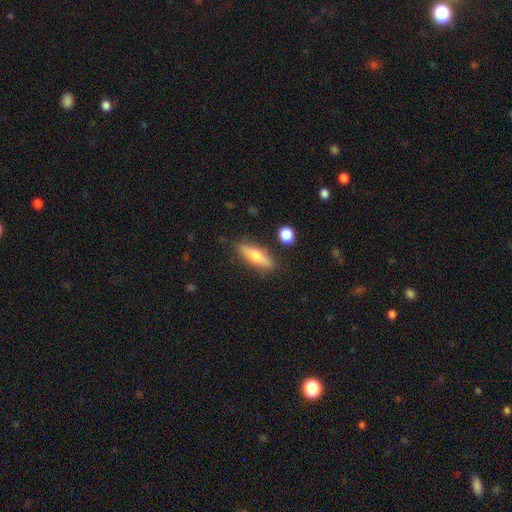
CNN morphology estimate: A smooth galaxy with no disk features (54%) that is cigar-shaped (54%).

Vote fractions:
- Smooth or featured? smooth: 54% / featured or disk: 39% / star or artifact: 7%
- How rounded? cigar-shaped: 54% / in between: 43% / round: 3%
- Merging? none: 84% / minor disturbance: 10% / merger: 3% / major disturbance: 3%